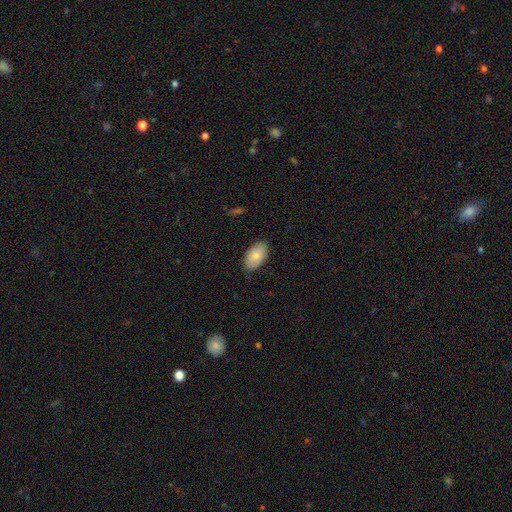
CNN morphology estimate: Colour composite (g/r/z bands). It shows a smooth galaxy with no disk features (85%) that is in between round and cigar-shaped (95%). Merging: none (87%).